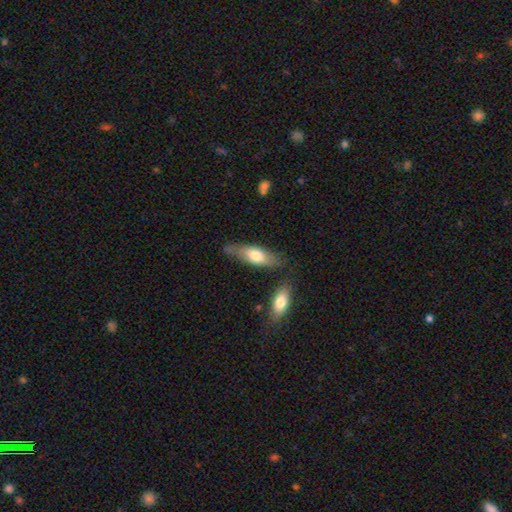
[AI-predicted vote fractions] smooth-or-featured: smooth: 66% | featured or disk: 28% | star or artifact: 6%
  how-rounded: in between: 59% | cigar-shaped: 38% | round: 2%
  merging: none: 66% | minor disturbance: 20% | merger: 9% | major disturbance: 5%